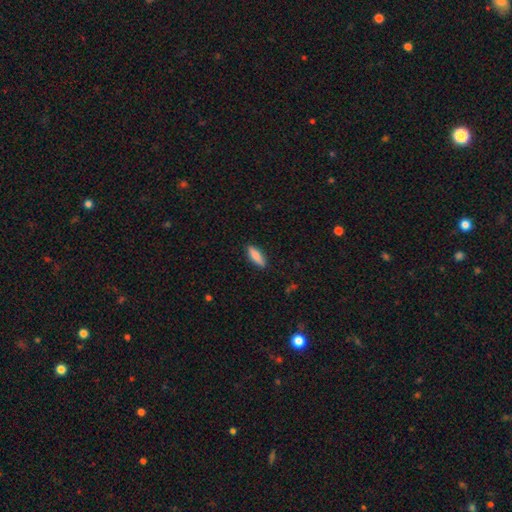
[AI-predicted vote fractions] Smooth or featured?
  - smooth: 83% *
  - featured or disk: 11%
  - star or artifact: 6%
How rounded?
  - cigar-shaped: 50% *
  - in between: 48%
  - round: 2%
Merging?
  - none: 87% *
  - minor disturbance: 10%
  - major disturbance: 2%
  - merger: 1%